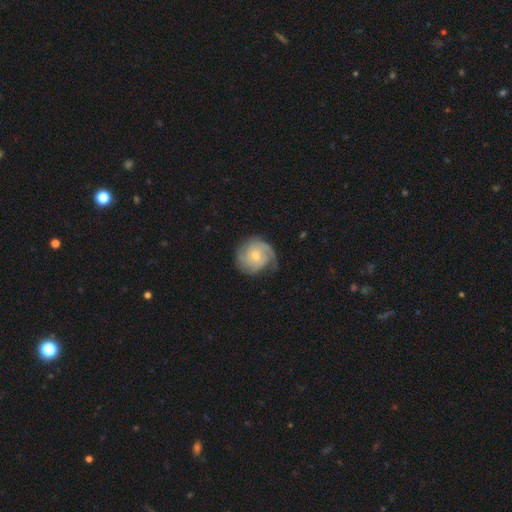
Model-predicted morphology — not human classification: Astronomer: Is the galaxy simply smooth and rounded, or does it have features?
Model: featured or disk — 73%.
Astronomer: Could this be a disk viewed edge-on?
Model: no — 98%.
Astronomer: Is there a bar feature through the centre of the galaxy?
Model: no — 74%.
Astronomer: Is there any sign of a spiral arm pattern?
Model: yes — 93%.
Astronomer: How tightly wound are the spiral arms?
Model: tight — 55% (runner-up: medium, 32%).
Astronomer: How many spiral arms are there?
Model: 2 — 37% (runner-up: can't tell, 24%).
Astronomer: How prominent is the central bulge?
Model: small — 57% (runner-up: moderate, 39%).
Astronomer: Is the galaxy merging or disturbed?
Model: none — 65%.